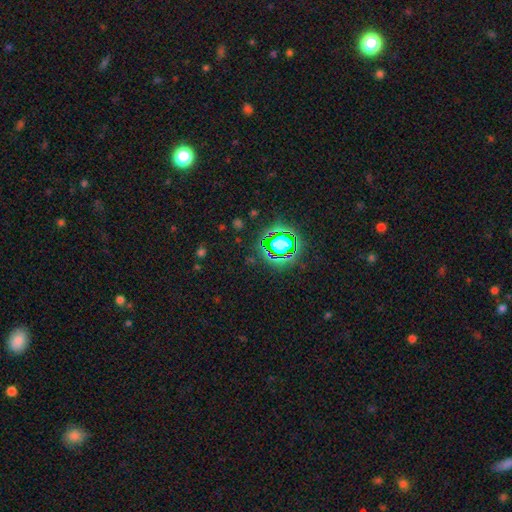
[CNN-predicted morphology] Smooth or featured? star or artifact (78%)